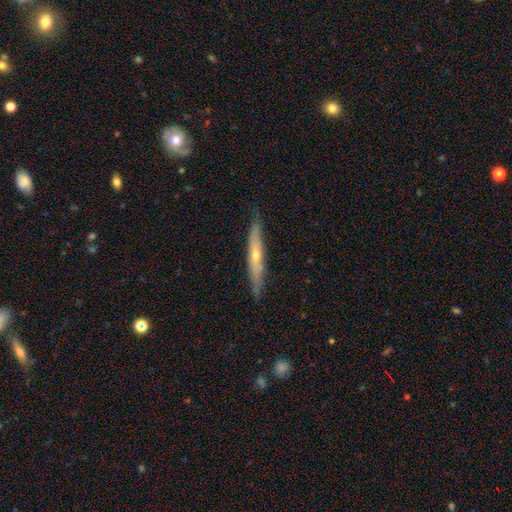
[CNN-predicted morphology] This is likely a featured or disk galaxy (60%). It is clearly viewed edge-on (88%). Edge-on bulge: likely rounded (70%). Merging: clearly none (83%).